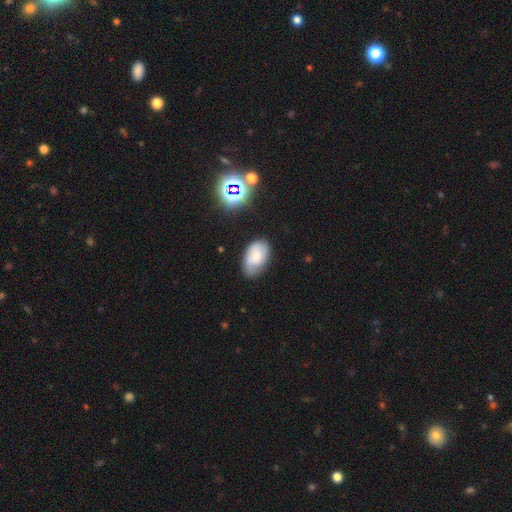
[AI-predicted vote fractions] Q: Smooth or featured?
A: smooth (61%); runner-up: featured or disk (28%)
Q: How rounded?
A: in between (90%); runner-up: round (8%)
Q: Merging?
A: none (65%); runner-up: minor disturbance (26%)